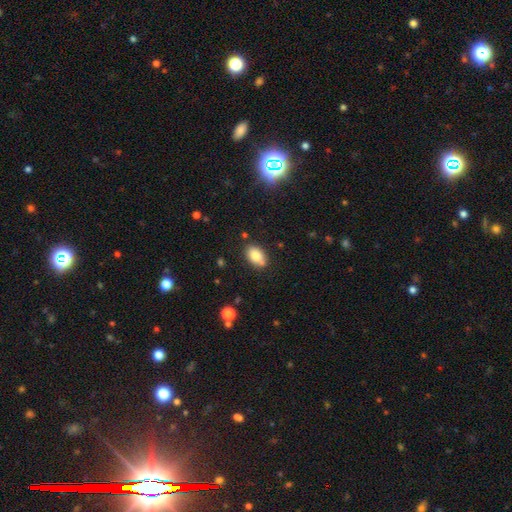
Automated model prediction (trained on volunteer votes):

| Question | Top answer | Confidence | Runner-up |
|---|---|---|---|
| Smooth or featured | smooth | 81% | featured or disk (10%) |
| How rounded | in between | 87% | round (12%) |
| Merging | none | 75% | minor disturbance (15%) |